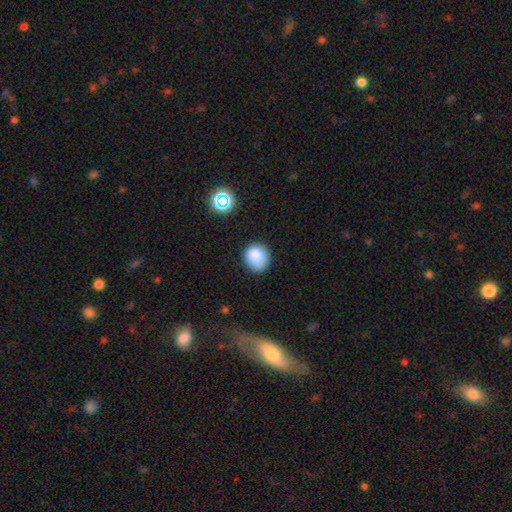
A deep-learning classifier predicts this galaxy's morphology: Q: Smooth or featured?
A: smooth (82%); runner-up: star or artifact (11%)
Q: How rounded?
A: round (76%); runner-up: in between (23%)
Q: Merging?
A: none (76%); runner-up: minor disturbance (18%)